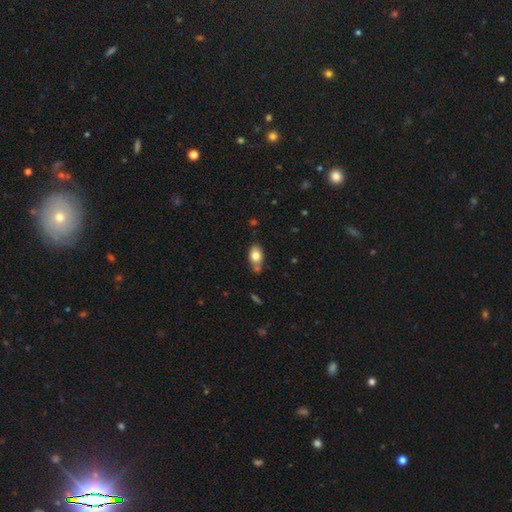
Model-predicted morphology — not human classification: Q: Smooth or featured?
A: smooth (79%); runner-up: featured or disk (13%)
Q: How rounded?
A: in between (83%); runner-up: round (15%)
Q: Merging?
A: none (60%); runner-up: minor disturbance (20%)